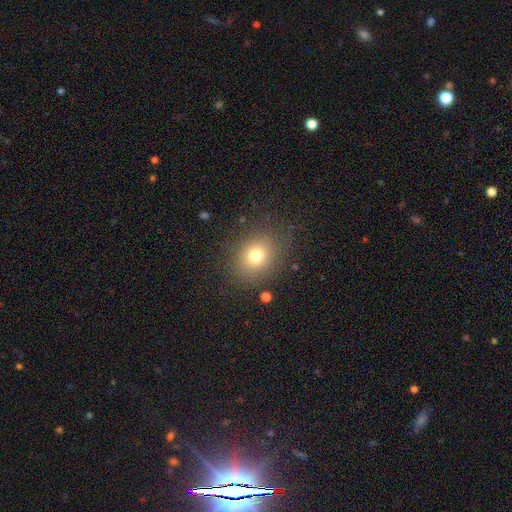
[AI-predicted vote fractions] The model was most divided on "how rounded": round: 58%, in between: 41%, cigar-shaped: 1%. More confident: merging — none (81%); smooth or featured — smooth (75%).